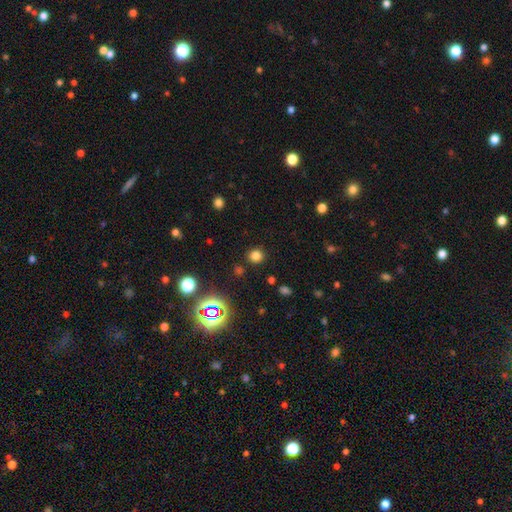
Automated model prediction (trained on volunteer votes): smooth-or-featured: smooth: 75% | star or artifact: 20% | featured or disk: 5%
  how-rounded: round: 87% | in between: 12% | cigar-shaped: 1%
  merging: none: 88% | minor disturbance: 7% | major disturbance: 3% | merger: 2%